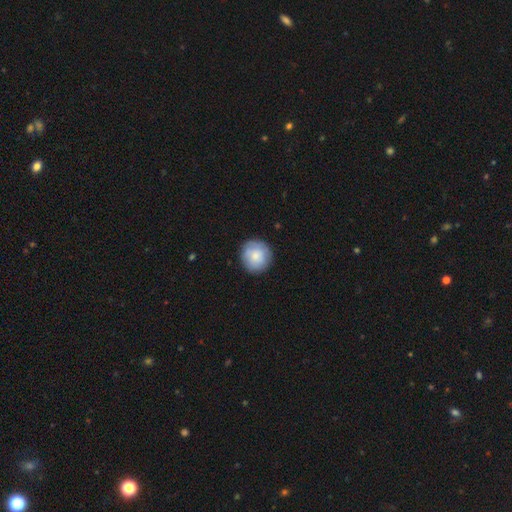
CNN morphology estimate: Smooth or featured?
  - smooth: 80% *
  - featured or disk: 14%
  - star or artifact: 6%
How rounded?
  - round: 94% *
  - in between: 5%
  - cigar-shaped: 1%
Merging?
  - none: 87% *
  - minor disturbance: 10%
  - major disturbance: 2%
  - merger: 1%